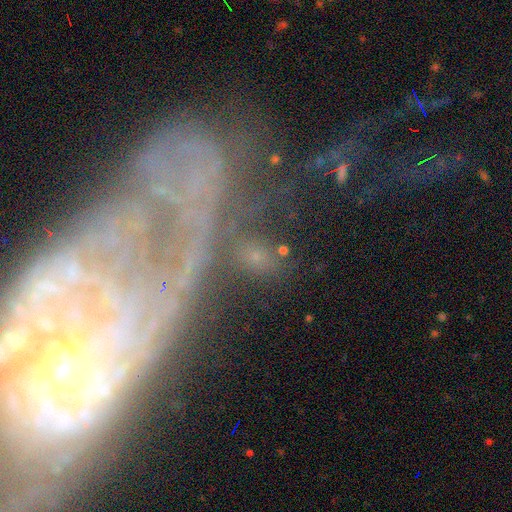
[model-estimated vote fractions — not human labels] featured or disk 47%, star or artifact 28%, smooth 25%. Down the decision tree: merging — none (69%).